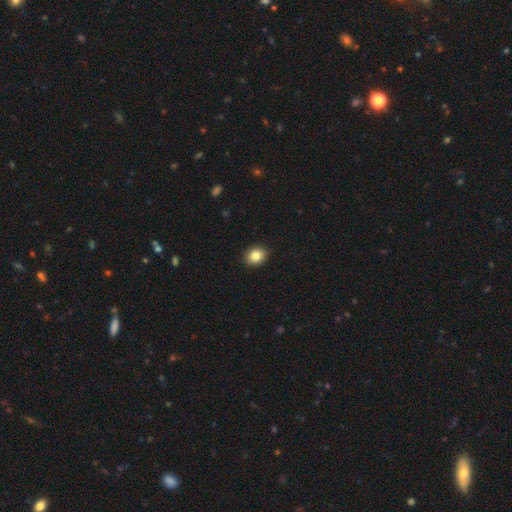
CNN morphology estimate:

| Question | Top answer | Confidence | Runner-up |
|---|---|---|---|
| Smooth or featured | smooth | 84% | star or artifact (9%) |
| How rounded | round | 55% | in between (44%) |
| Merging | none | 91% | minor disturbance (6%) |